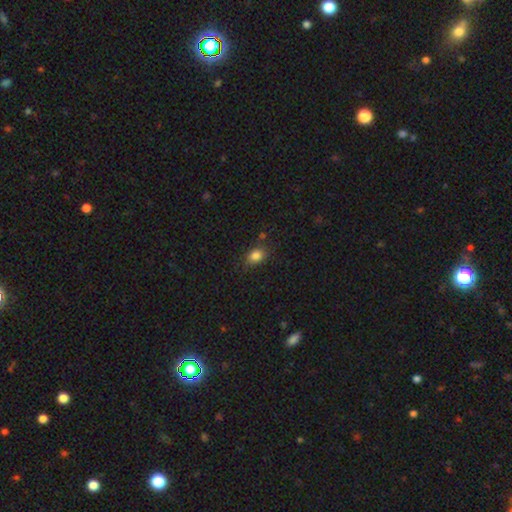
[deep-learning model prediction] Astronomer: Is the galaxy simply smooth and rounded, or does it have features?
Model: smooth — 84%.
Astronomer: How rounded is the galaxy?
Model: in between — 71%.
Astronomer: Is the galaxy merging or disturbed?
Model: none — 74%.